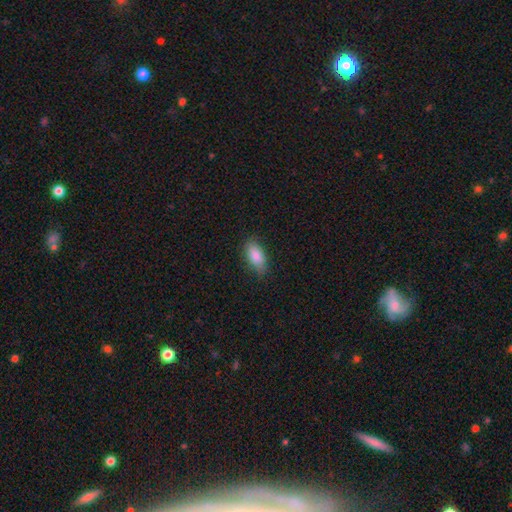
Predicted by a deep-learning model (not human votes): Smooth or featured?
  - smooth: 85% *
  - featured or disk: 8%
  - star or artifact: 7%
How rounded?
  - in between: 88% *
  - cigar-shaped: 9%
  - round: 3%
Merging?
  - none: 81% *
  - minor disturbance: 15%
  - major disturbance: 3%
  - merger: 1%